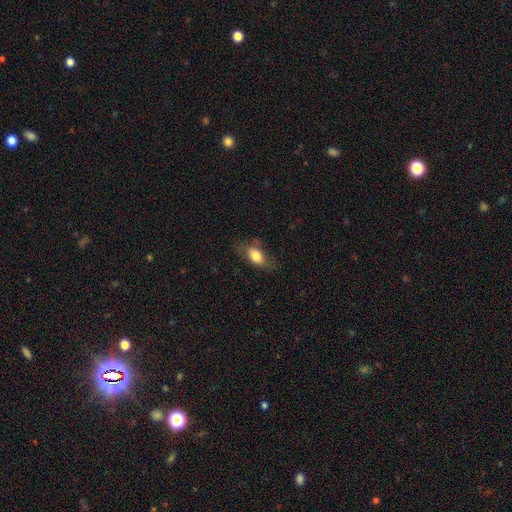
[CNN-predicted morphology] Smooth or featured?
  - smooth: 80% *
  - featured or disk: 12%
  - star or artifact: 8%
How rounded?
  - in between: 86% *
  - round: 8%
  - cigar-shaped: 6%
Merging?
  - none: 65% *
  - minor disturbance: 23%
  - major disturbance: 10%
  - merger: 2%